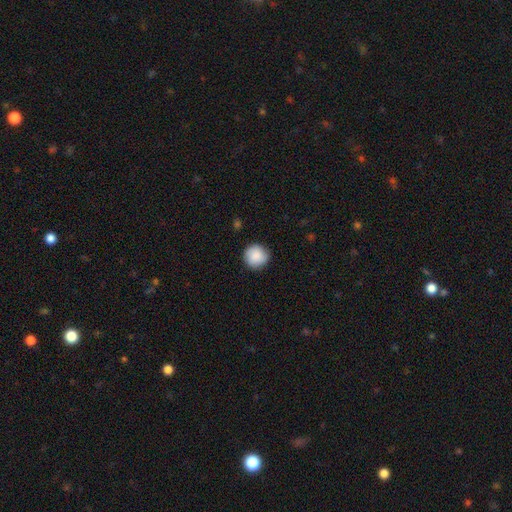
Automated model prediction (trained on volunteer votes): Smooth or featured: smooth — 87% (star or artifact — 7%)
How rounded: round — 95% (in between — 4%)
Merging: none — 88% (minor disturbance — 9%)